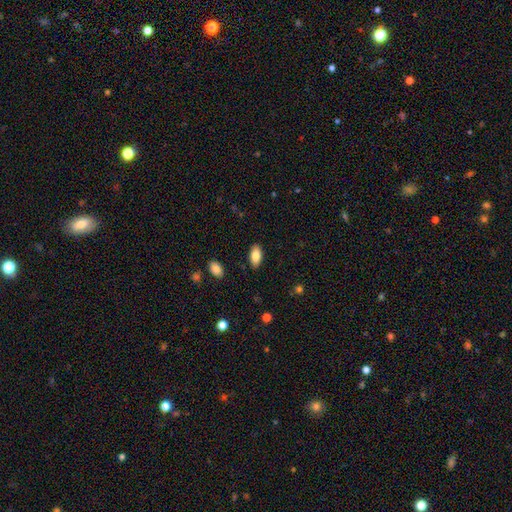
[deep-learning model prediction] smooth 83%, featured or disk 10%, star or artifact 7%. Down the decision tree: how rounded — in between (92%); merging — none (88%).